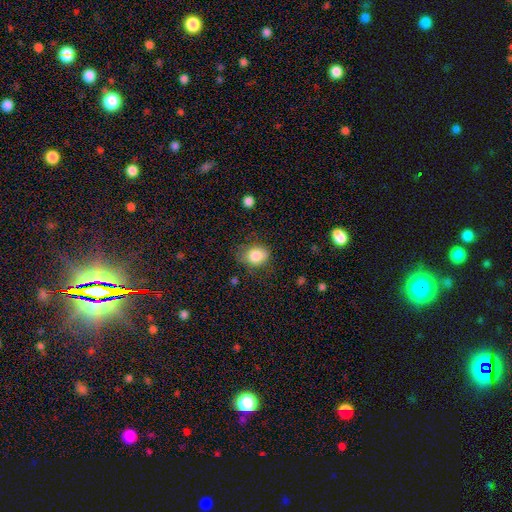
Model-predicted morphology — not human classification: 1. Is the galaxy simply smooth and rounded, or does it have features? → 83% smooth, 9% star or artifact, 8% featured or disk.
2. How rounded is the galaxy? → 51% in between, 49% round, 1% cigar-shaped.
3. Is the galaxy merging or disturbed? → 65% none, 25% minor disturbance, 8% major disturbance, 2% merger.